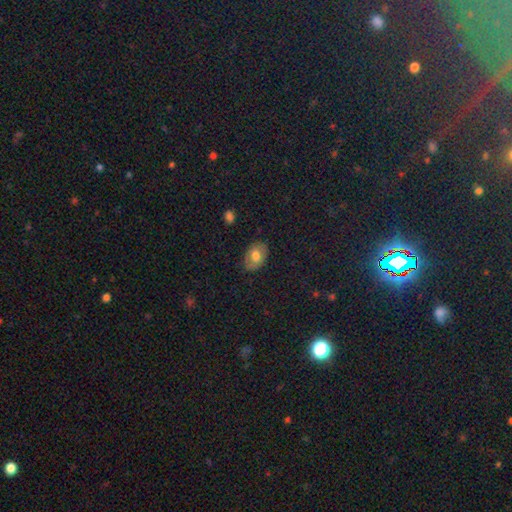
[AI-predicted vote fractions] This is likely a smooth galaxy (66%). How rounded: clearly in between (85%). Merging: clearly none (81%).